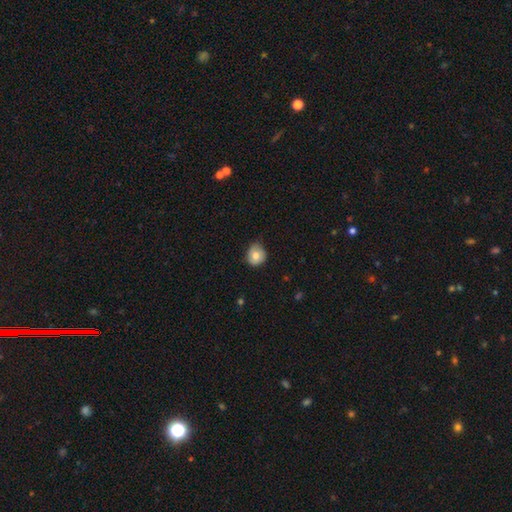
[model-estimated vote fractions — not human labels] smooth_or_featured: smooth (p=0.76) [alt: featured or disk p=0.16]
how_rounded: round (p=0.80) [alt: in between p=0.19]
merging: none (p=0.64) [alt: minor disturbance p=0.30]